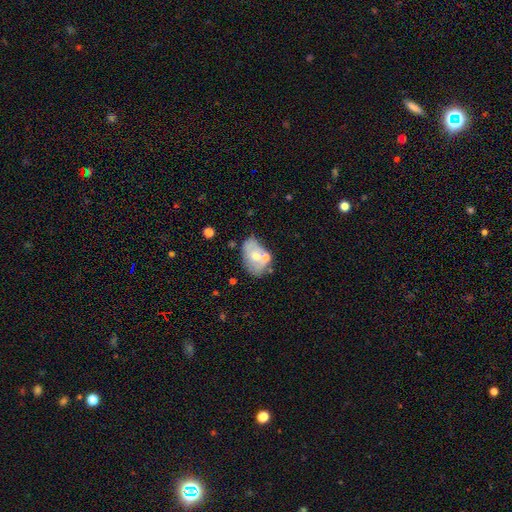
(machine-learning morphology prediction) smooth-or-featured: smooth: 53% | featured or disk: 39% | star or artifact: 7%
  how-rounded: in between: 84% | round: 14% | cigar-shaped: 1%
  merging: none: 45% | merger: 26% | minor disturbance: 22% | major disturbance: 8%